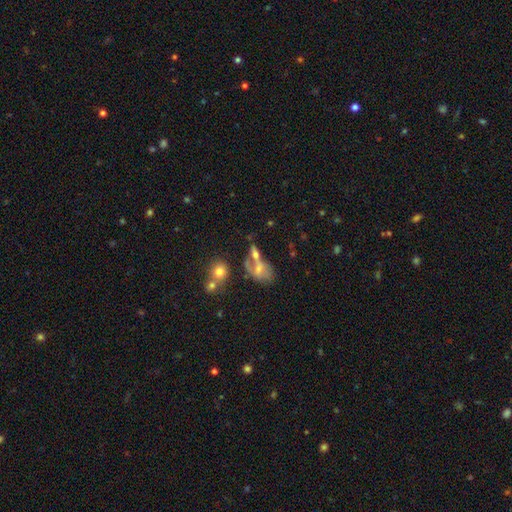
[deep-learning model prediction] smooth_or_featured: smooth (p=0.43) [alt: featured or disk p=0.41]
merging: merger (p=0.37) [alt: none p=0.31]